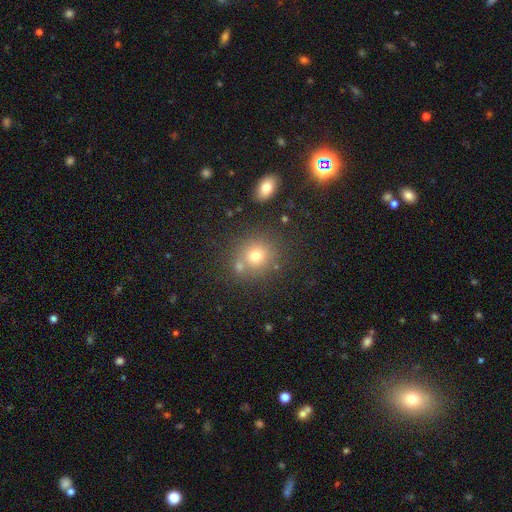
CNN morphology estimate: Overall: smooth (72%). How rounded: round (82%). Merging: none (69%).